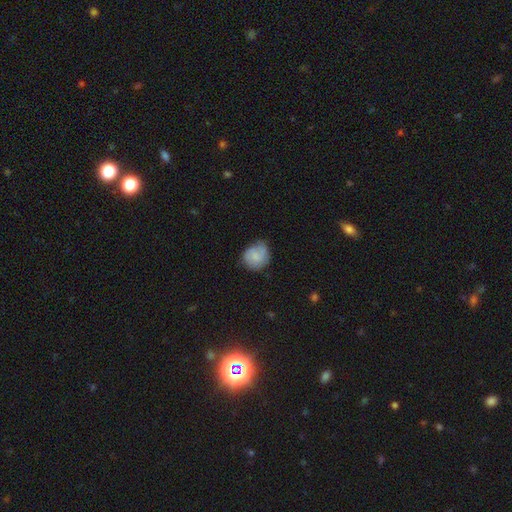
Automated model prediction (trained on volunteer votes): This is likely a smooth galaxy (60%). How rounded: likely round (77%). Merging: possibly none (57%).